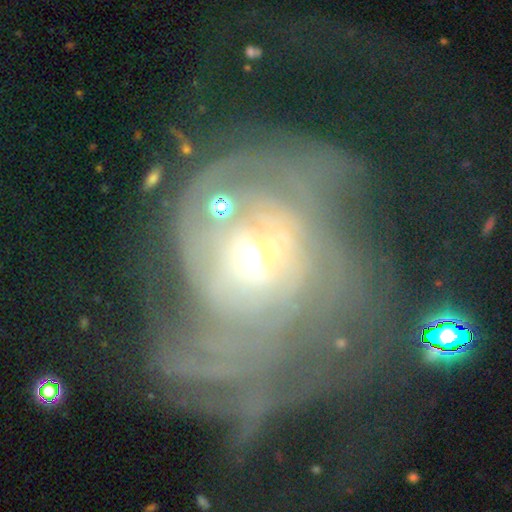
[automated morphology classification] smooth_or_featured: featured or disk (p=0.75) [alt: smooth p=0.13]
disk_edge_on: no (p=0.97) [alt: yes p=0.03]
bar: no (p=0.75) [alt: weak p=0.19]
has_spiral_arms: yes (p=0.72) [alt: no p=0.28]
spiral_winding: tight (p=0.38) [alt: medium p=0.35]
spiral_arm_count: can't tell (p=0.47) [alt: 2 p=0.19]
bulge_size: small (p=0.64) [alt: moderate p=0.28]
merging: major disturbance (p=0.56) [alt: none p=0.19]